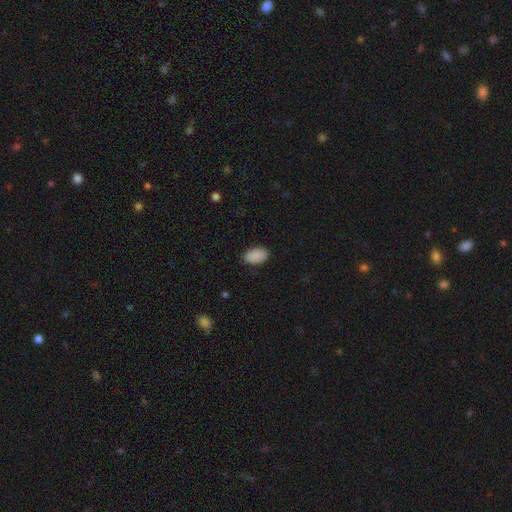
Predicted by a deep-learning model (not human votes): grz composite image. It shows a smooth galaxy with no disk features (90%) that is in between round and cigar-shaped (93%). Merging: none (86%).